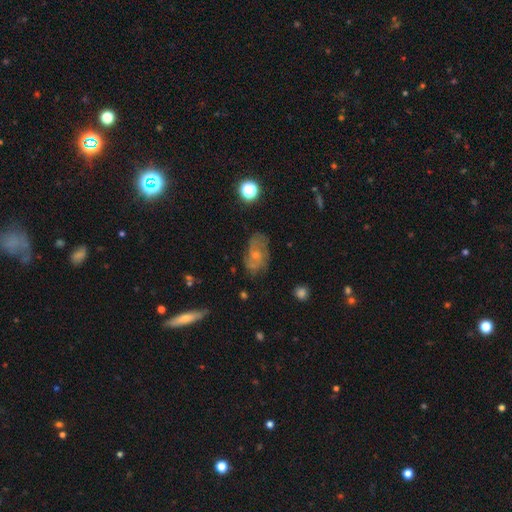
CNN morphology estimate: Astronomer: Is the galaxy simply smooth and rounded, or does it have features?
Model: featured or disk — 63%.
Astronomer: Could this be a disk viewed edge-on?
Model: no — 94%.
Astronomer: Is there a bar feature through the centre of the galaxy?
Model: no — 77%.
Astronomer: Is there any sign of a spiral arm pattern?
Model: yes — 79%.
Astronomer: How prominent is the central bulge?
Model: small — 60% (runner-up: moderate, 35%).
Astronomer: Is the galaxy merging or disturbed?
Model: none — 67%.